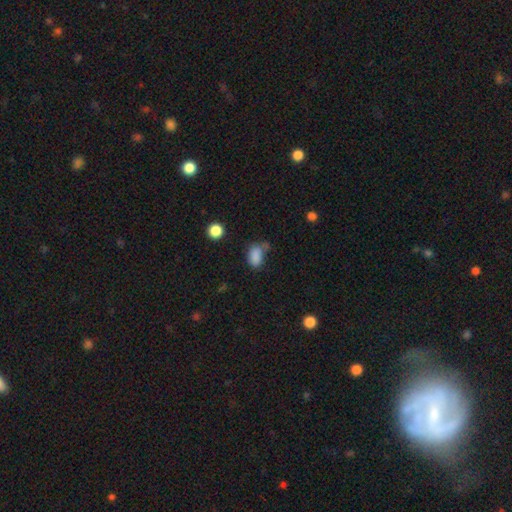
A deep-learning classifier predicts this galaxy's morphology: smooth-or-featured: smooth: 83% | star or artifact: 11% | featured or disk: 5%
  how-rounded: in between: 86% | round: 12% | cigar-shaped: 2%
  merging: none: 49% | minor disturbance: 27% | major disturbance: 12% | merger: 11%